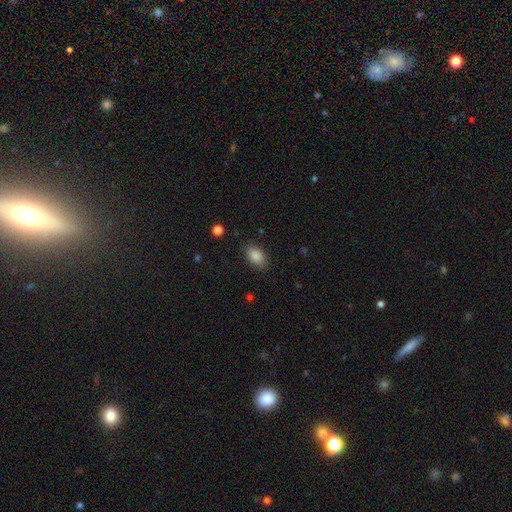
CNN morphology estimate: A smooth galaxy with no disk features (88%) that is in between round and cigar-shaped (91%).

Vote fractions:
- Smooth or featured? smooth: 88% / star or artifact: 8% / featured or disk: 5%
- How rounded? in between: 91% / round: 7% / cigar-shaped: 2%
- Merging? none: 86% / minor disturbance: 10% / major disturbance: 3% / merger: 1%